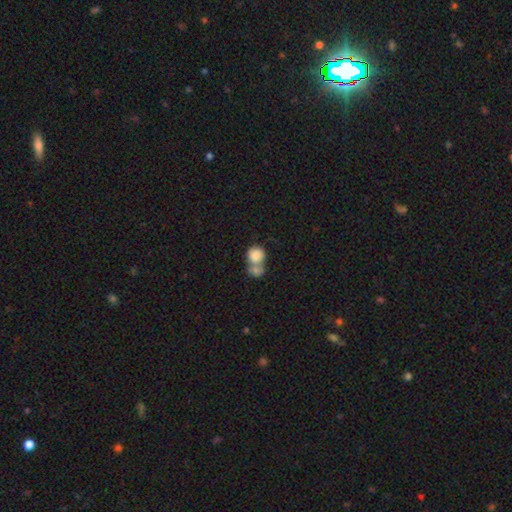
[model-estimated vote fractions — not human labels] Morphology: type=smooth (83%); roundness=round (70%); merging=merger (67%).